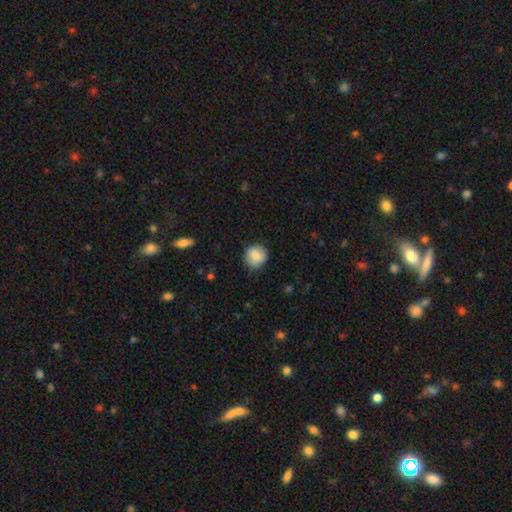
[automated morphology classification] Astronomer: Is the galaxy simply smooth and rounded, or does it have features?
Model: smooth — 84%.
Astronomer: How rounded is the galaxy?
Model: round — 86%.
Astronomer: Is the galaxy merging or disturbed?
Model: none — 83%.